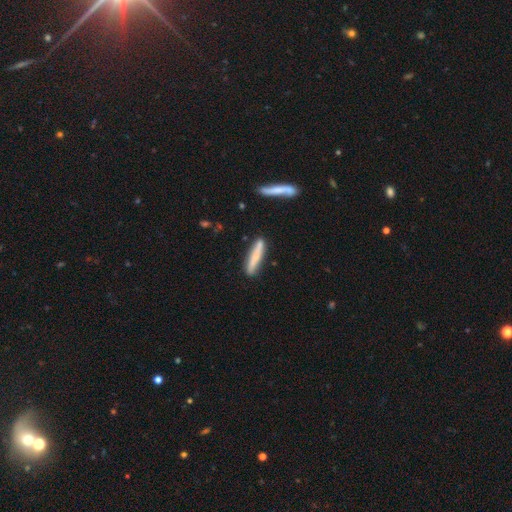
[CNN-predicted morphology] Smooth or featured?
  - smooth: 67% *
  - featured or disk: 27%
  - star or artifact: 6%
How rounded?
  - cigar-shaped: 91% *
  - in between: 8%
  - round: 1%
Merging?
  - none: 83% *
  - minor disturbance: 12%
  - merger: 4%
  - major disturbance: 2%